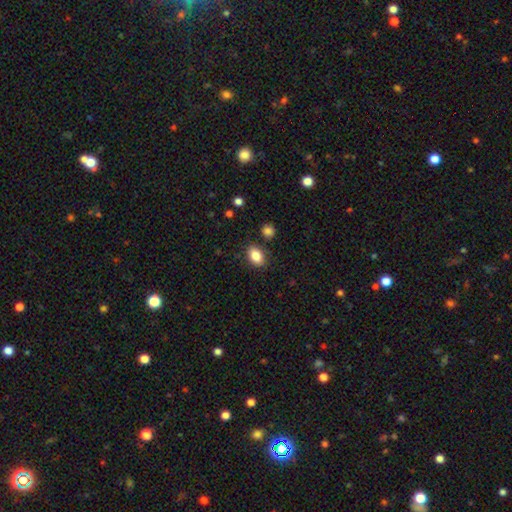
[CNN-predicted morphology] type=smooth (86%); roundness=in between (83%); merging=none (84%).